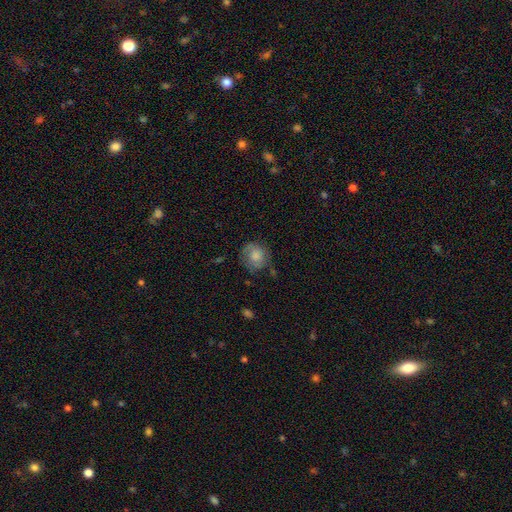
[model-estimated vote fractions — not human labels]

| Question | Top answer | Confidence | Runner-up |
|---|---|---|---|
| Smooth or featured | smooth | 65% | featured or disk (26%) |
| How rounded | round | 77% | in between (22%) |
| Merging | none | 62% | minor disturbance (25%) |